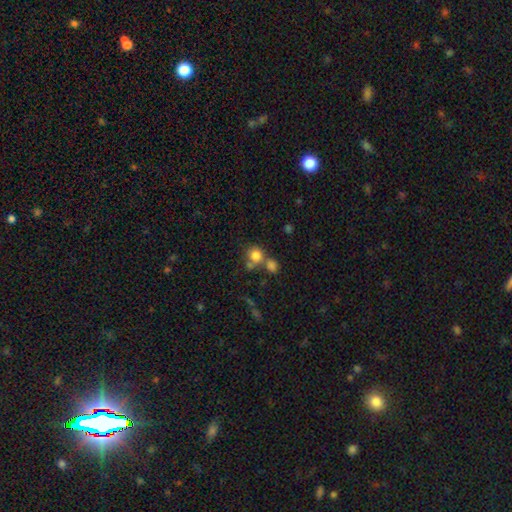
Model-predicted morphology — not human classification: This is likely a smooth galaxy (79%). How rounded: clearly round (86%). Merging: possibly none (49%).